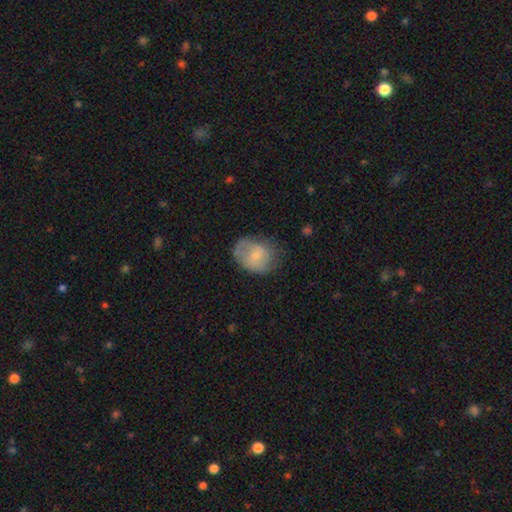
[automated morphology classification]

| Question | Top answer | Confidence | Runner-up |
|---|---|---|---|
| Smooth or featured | smooth | 65% | featured or disk (27%) |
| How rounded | in between | 54% | round (45%) |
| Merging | none | 48% | minor disturbance (32%) |